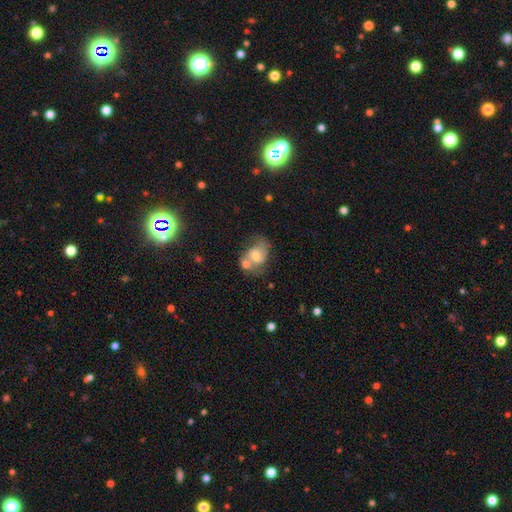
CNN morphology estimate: smooth_or_featured: smooth (p=0.47) [alt: featured or disk p=0.42]
merging: merger (p=0.39) [alt: none p=0.34]